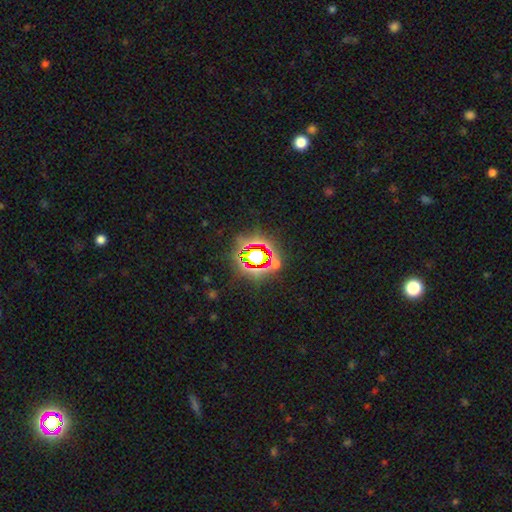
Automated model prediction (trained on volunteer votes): A star or artifact, not a galaxy (73%).